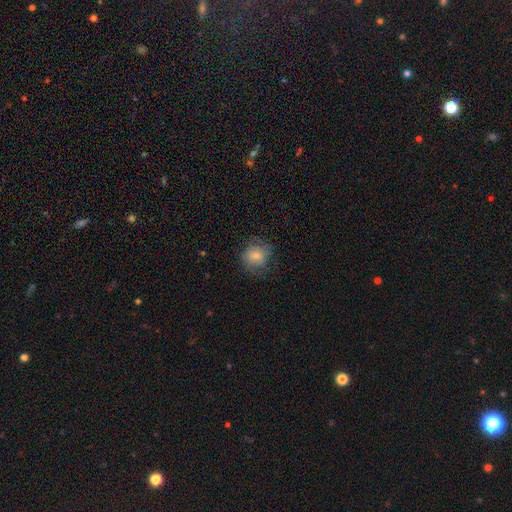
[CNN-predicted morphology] Smooth or featured: smooth — 73% (featured or disk — 19%)
How rounded: round — 80% (in between — 19%)
Merging: none — 73% (minor disturbance — 17%)